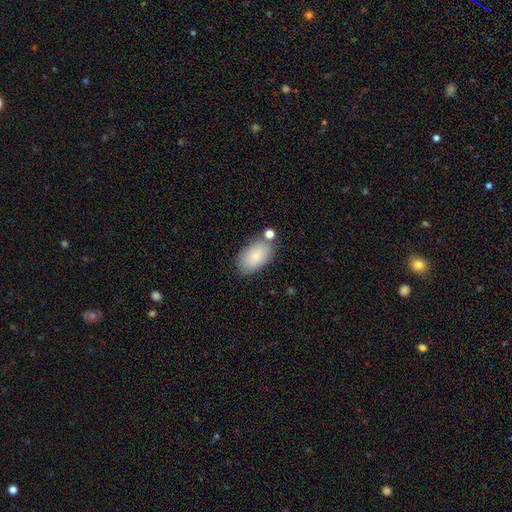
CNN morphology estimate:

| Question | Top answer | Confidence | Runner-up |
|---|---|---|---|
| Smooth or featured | smooth | 84% | featured or disk (10%) |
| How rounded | in between | 94% | round (4%) |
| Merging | none | 71% | minor disturbance (16%) |